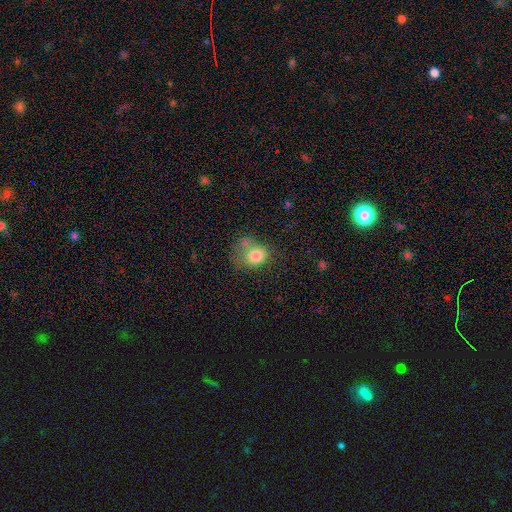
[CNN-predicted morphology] Smooth or featured: smooth — 79% (featured or disk — 11%)
How rounded: round — 57% (in between — 42%)
Merging: none — 38% (minor disturbance — 23%)